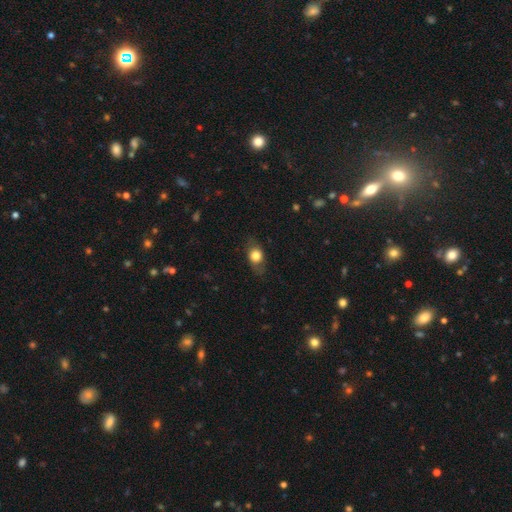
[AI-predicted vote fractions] Overall: smooth (74%). How rounded: in between (59%; round 37%). Merging: none (75%).